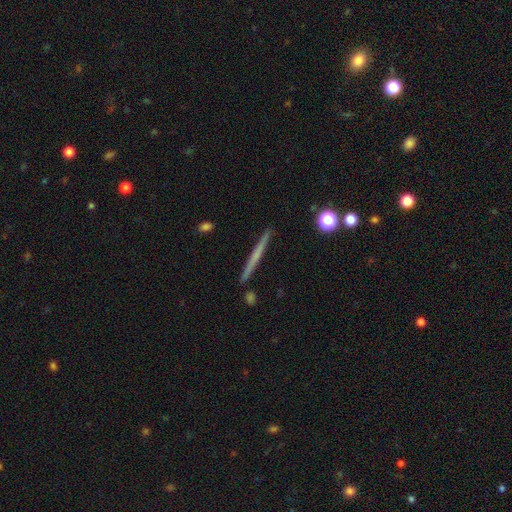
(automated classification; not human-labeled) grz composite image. It shows a featured or disk galaxy (52%) viewed edge-on (97%) with no central bulge (82%). Merging: none (91%).